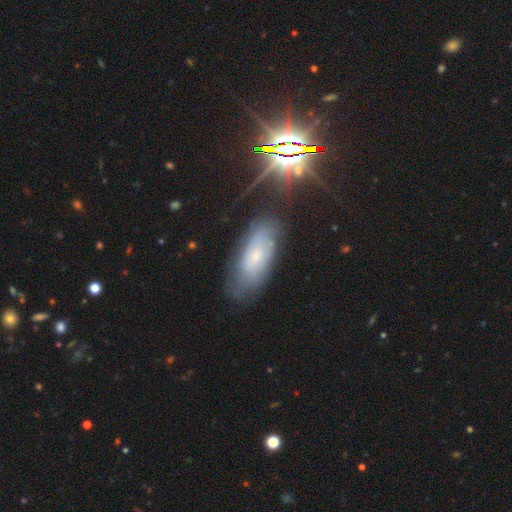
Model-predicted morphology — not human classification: A featured or disk galaxy (44%). Merging: none (72%).